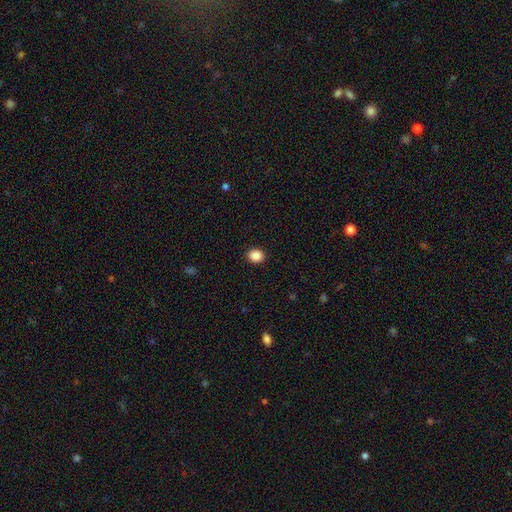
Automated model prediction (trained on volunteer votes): Smooth or featured? smooth (88%)
How rounded? round (72%)
Merging? none (92%)